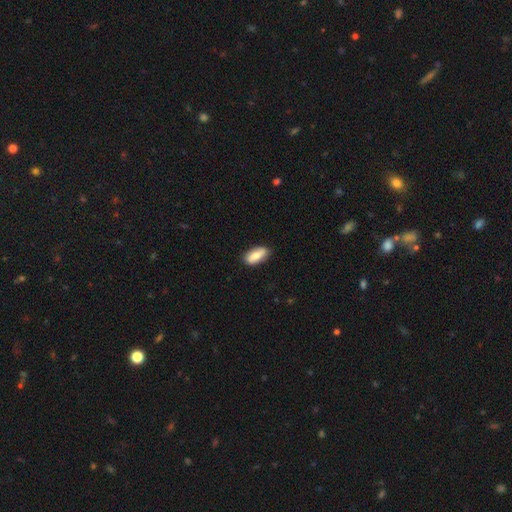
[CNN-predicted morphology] This appears to be a smooth galaxy with no disk features (78%) that is in between round and cigar-shaped (84%). Merging: none (83%).